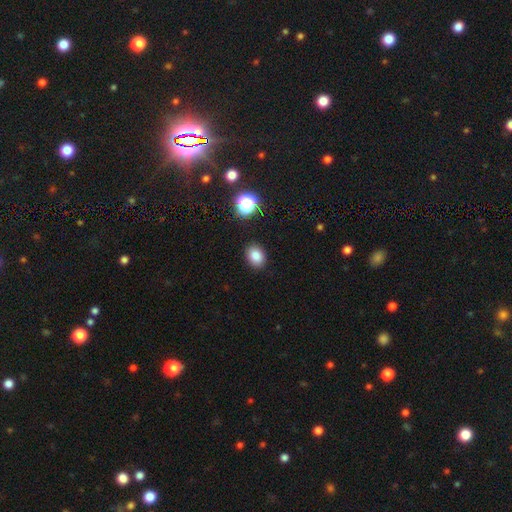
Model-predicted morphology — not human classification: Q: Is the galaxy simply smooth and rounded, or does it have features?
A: smooth — 83%.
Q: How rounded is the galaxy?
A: in between — 64%.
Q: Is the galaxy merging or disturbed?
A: none — 88%.